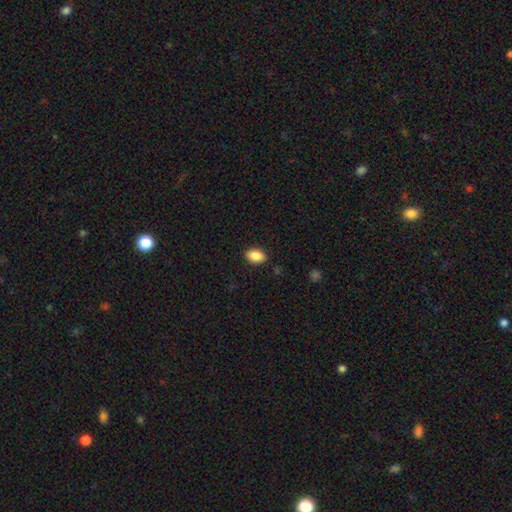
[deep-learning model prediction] smooth 88%, star or artifact 8%, featured or disk 4%. Down the decision tree: how rounded — in between (87%); merging — none (88%).